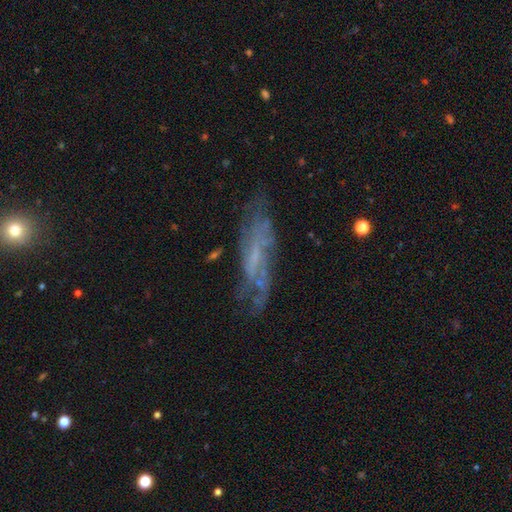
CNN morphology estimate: Smooth or featured? featured or disk (63%)
Edge-on disk? no (71%)
Merging? none (59%)